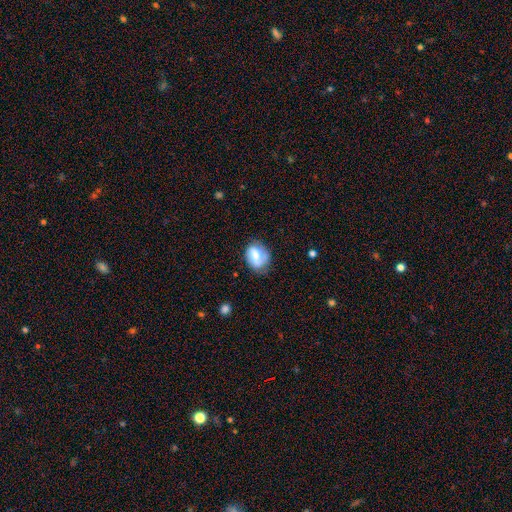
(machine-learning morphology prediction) type=smooth (57%); roundness=in between (61%); merging=none (63%).